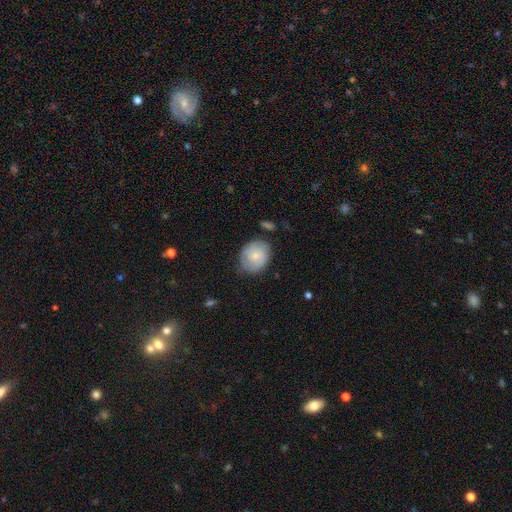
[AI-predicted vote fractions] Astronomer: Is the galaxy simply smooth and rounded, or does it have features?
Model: smooth — 66%.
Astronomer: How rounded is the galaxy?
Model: round — 61% (runner-up: in between, 38%).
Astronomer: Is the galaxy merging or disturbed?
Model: none — 68%.